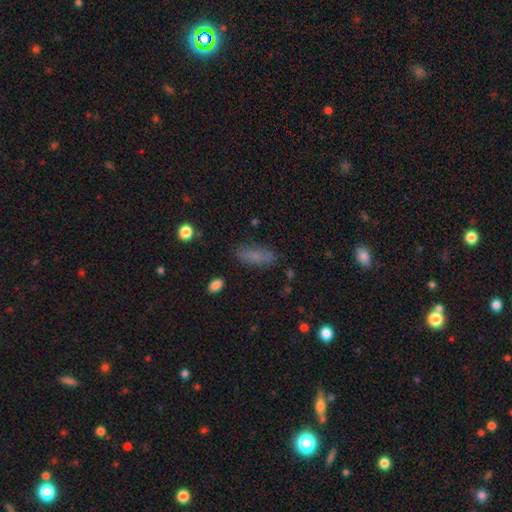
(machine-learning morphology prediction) type=smooth (77%); roundness=in between (64%); merging=none (79%).